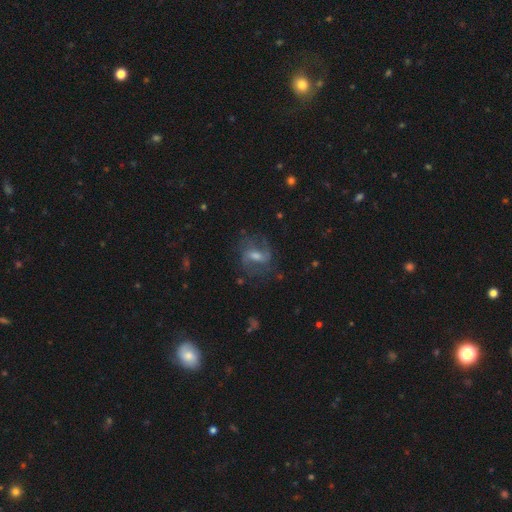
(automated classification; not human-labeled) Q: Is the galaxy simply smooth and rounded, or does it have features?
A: featured or disk — 67%.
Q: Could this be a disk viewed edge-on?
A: no — 94%.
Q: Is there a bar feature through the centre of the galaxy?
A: weak — 50%.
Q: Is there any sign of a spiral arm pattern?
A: yes — 84%.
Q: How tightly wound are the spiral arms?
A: medium — 45%.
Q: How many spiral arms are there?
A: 2 — 72%.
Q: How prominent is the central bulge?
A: moderate — 52%.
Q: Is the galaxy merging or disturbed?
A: none — 66%.